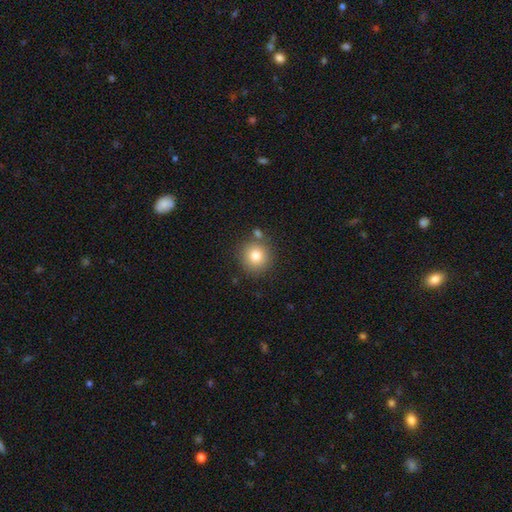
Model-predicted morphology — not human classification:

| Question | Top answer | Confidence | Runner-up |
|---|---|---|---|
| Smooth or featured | smooth | 80% | star or artifact (11%) |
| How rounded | round | 92% | in between (7%) |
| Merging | none | 79% | minor disturbance (9%) |